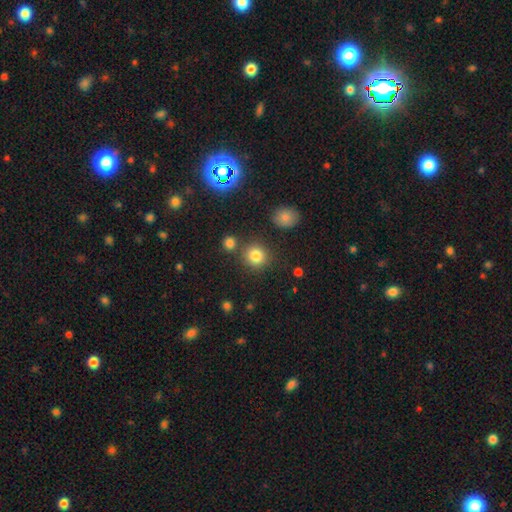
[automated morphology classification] Overall: smooth (81%). How rounded: round (89%). Merging: none (80%).